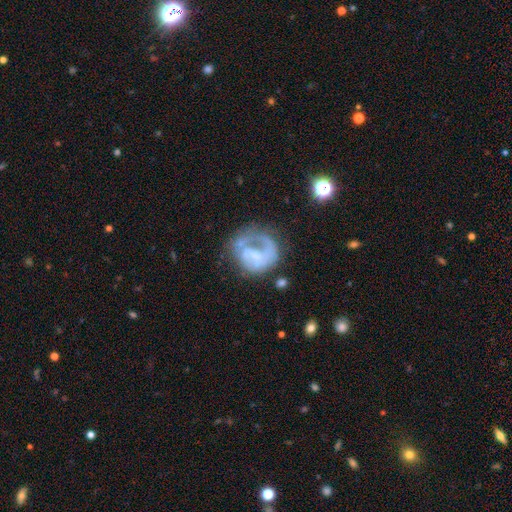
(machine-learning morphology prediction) Smooth or featured? Predicted: featured or disk (p=0.67). Edge-on disk? Predicted: no (p=0.98). Bar? Predicted: no (p=0.53). Spiral arms? Predicted: yes (p=0.66). Bulge size? Predicted: none (p=0.43). Merging? Predicted: none (p=0.44).